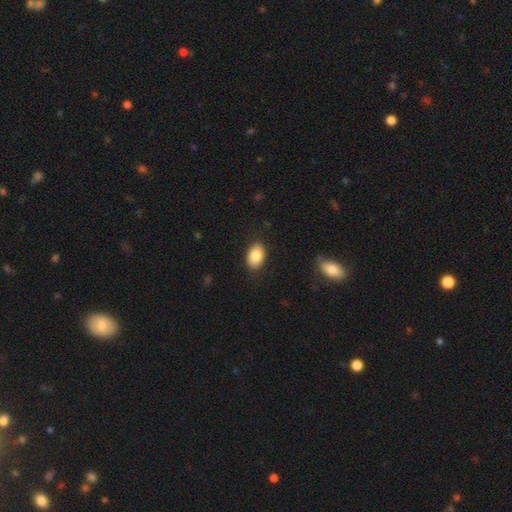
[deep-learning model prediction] A smooth galaxy with no disk features (84%) that is in between round and cigar-shaped (88%).

Vote fractions:
- Smooth or featured? smooth: 84% / featured or disk: 9% / star or artifact: 7%
- How rounded? in between: 88% / round: 11% / cigar-shaped: 1%
- Merging? none: 86% / minor disturbance: 10% / major disturbance: 3% / merger: 1%